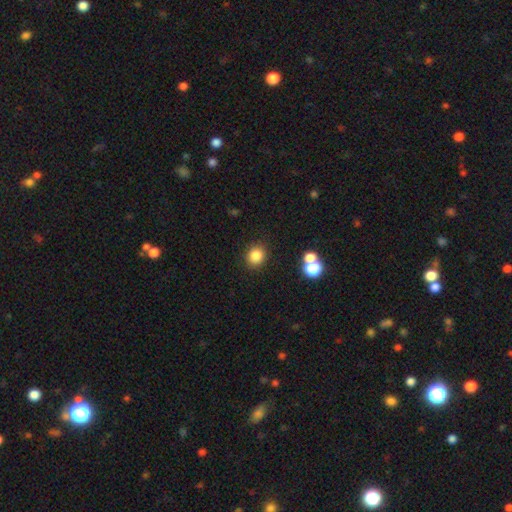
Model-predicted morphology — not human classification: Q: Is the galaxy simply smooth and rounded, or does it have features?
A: smooth — 84%.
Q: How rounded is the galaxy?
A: round — 78%.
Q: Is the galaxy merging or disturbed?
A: none — 86%.